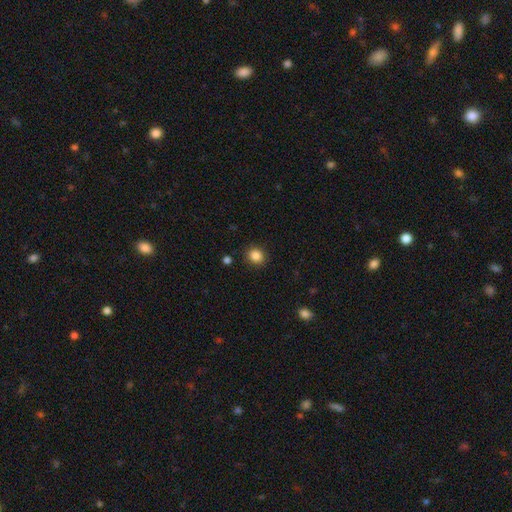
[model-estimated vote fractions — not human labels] smooth 85%, star or artifact 11%, featured or disk 4%. Down the decision tree: how rounded — round (82%); merging — none (89%).